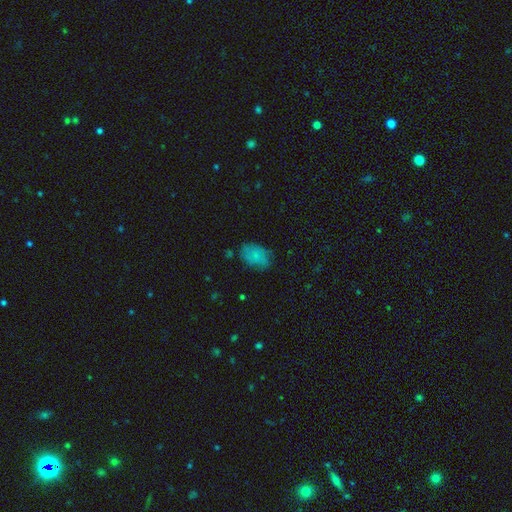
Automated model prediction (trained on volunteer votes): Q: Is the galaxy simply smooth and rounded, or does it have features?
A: smooth — 78%.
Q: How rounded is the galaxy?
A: in between — 86%.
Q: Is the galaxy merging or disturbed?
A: none — 70%.